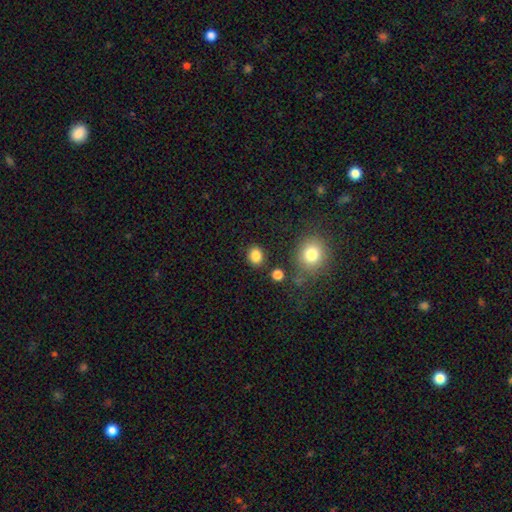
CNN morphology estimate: This is clearly a smooth galaxy (85%). How rounded: likely round (62%). Merging: clearly none (85%).